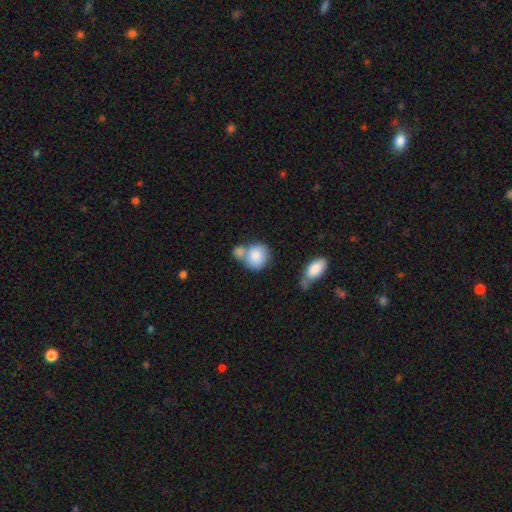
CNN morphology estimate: The model was most divided on "merging": merger: 50%, none: 33%, minor disturbance: 12%, major disturbance: 5%. More confident: smooth or featured — smooth (84%); how rounded — round (71%).